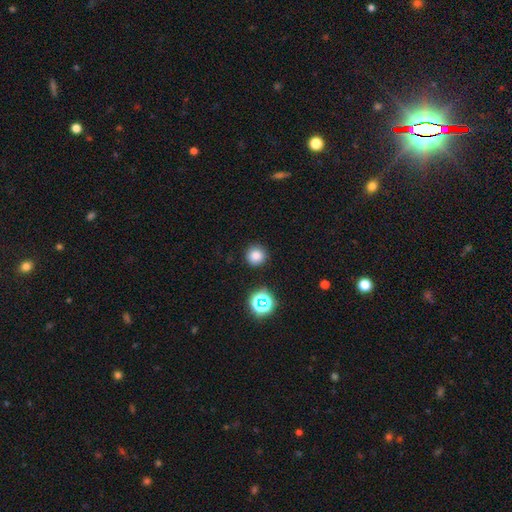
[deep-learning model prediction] Smooth or featured? Predicted: smooth (p=0.79). How rounded? Predicted: round (p=0.94). Merging? Predicted: none (p=0.89).